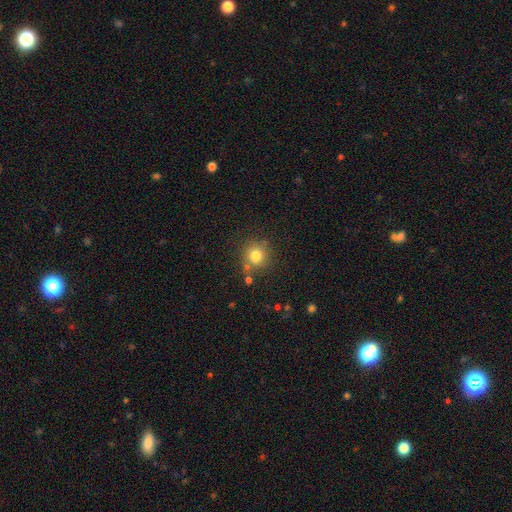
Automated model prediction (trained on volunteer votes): Morphology: type=smooth (79%); roundness=round (86%); merging=none (73%).